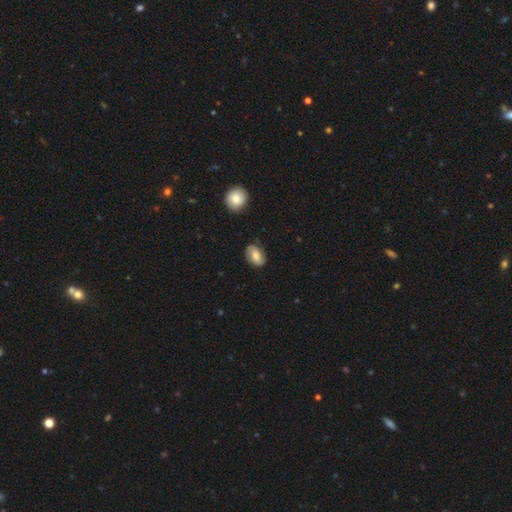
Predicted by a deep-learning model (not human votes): A smooth galaxy with no disk features (66%) that is in between round and cigar-shaped (86%).

Vote fractions:
- Smooth or featured? smooth: 66% / featured or disk: 26% / star or artifact: 7%
- How rounded? in between: 86% / round: 12% / cigar-shaped: 2%
- Merging? none: 77% / minor disturbance: 18% / major disturbance: 4% / merger: 2%